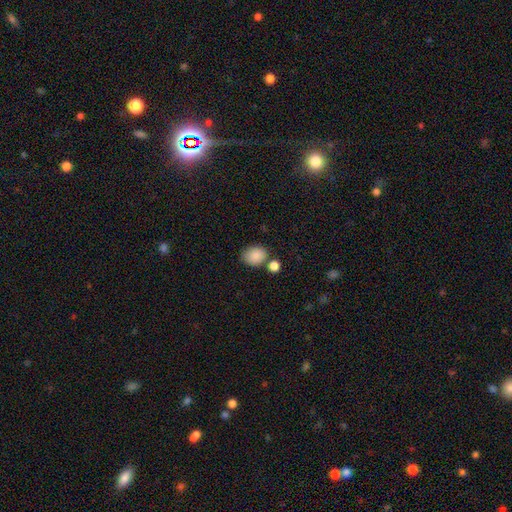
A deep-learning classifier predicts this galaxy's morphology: Q: Smooth or featured?
A: smooth (86%); runner-up: star or artifact (8%)
Q: How rounded?
A: in between (53%); runner-up: round (46%)
Q: Merging?
A: none (67%); runner-up: minor disturbance (15%)